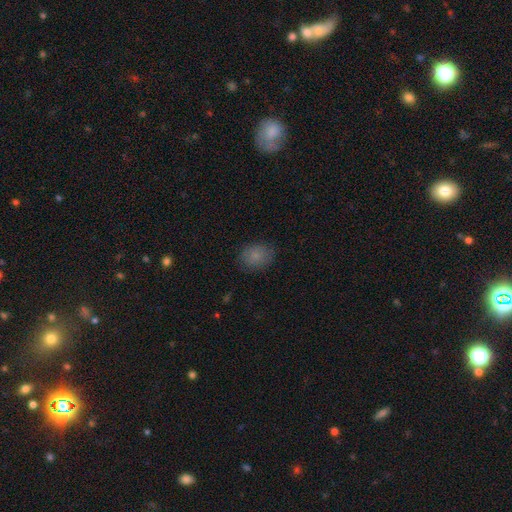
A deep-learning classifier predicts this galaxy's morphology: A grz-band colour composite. It shows a smooth galaxy with no disk features (80%) that is in between round and cigar-shaped (50%). Merging: none (82%).